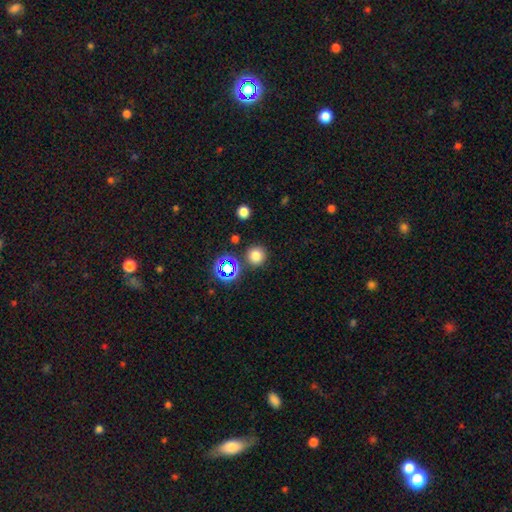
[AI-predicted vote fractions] Q: Smooth or featured?
A: smooth (73%); runner-up: star or artifact (21%)
Q: How rounded?
A: round (93%); runner-up: in between (6%)
Q: Merging?
A: none (85%); runner-up: minor disturbance (7%)